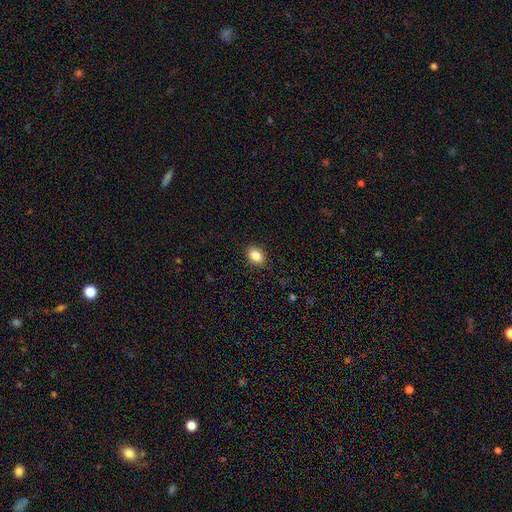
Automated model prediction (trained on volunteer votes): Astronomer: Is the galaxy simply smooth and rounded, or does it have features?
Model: smooth — 86%.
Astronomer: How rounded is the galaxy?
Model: in between — 70%.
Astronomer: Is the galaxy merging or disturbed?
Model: none — 89%.